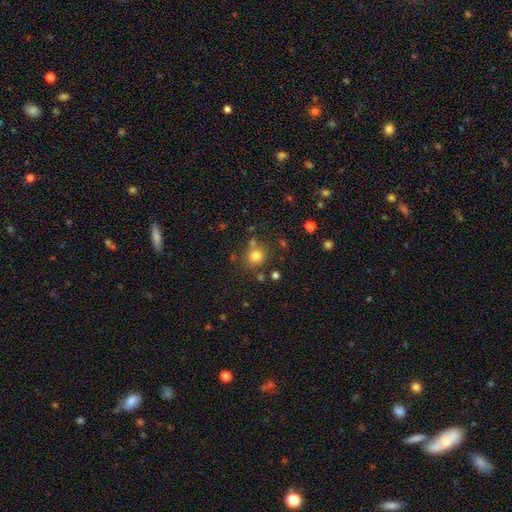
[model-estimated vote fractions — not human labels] Smooth or featured? smooth (78%)
How rounded? round (87%)
Merging? none (74%)